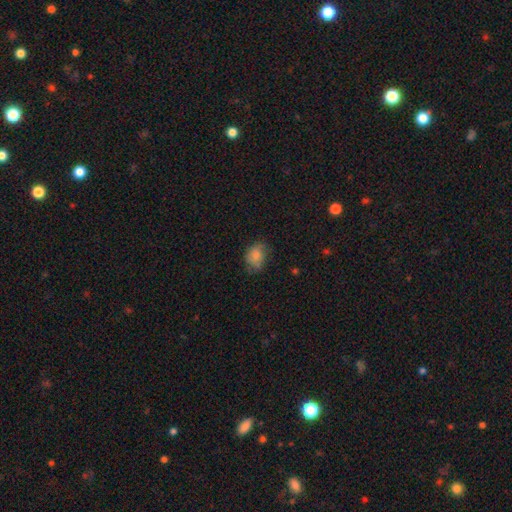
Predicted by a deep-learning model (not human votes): This appears to be a smooth galaxy with no disk features (80%) that is in between round and cigar-shaped (66%). Merging: none (60%).